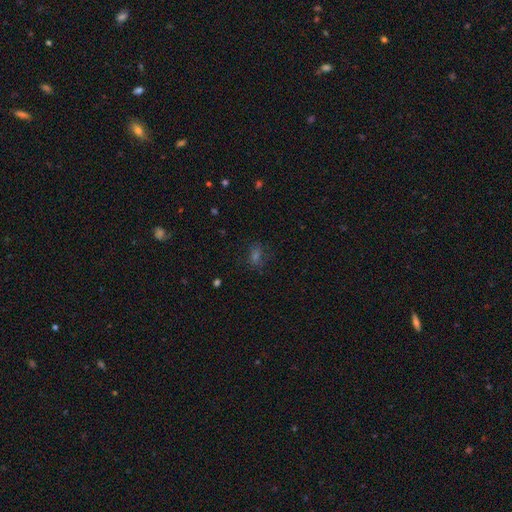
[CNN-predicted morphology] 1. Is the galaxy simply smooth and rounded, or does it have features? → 50% smooth, 35% star or artifact, 16% featured or disk.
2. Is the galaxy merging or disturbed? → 75% none, 15% minor disturbance, 8% major disturbance, 2% merger.